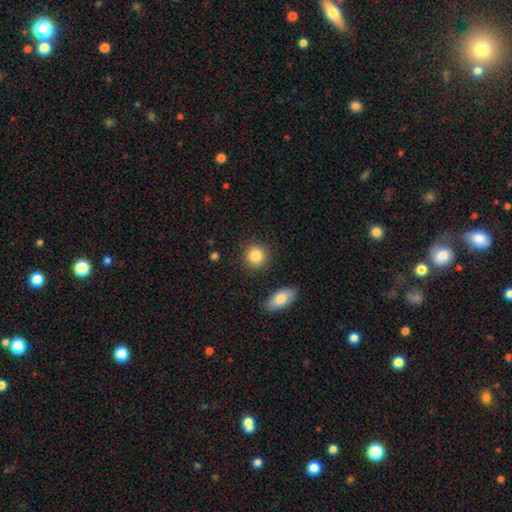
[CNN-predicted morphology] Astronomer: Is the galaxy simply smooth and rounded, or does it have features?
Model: smooth — 86%.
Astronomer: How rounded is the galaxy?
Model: round — 88%.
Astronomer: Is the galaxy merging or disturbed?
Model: none — 87%.